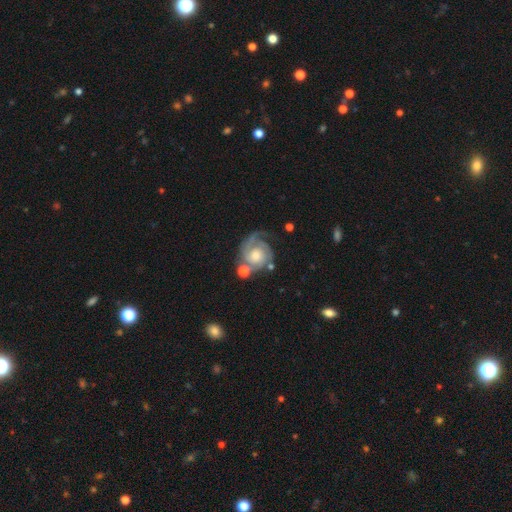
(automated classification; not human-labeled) Morphology: type=featured or disk (84%); edge-on=no (98%); bar=no (73%); spiral arms=yes (96%); winding=tight (52%); arm count=2 (62%); bulge=moderate (53%); merging=none (54%).